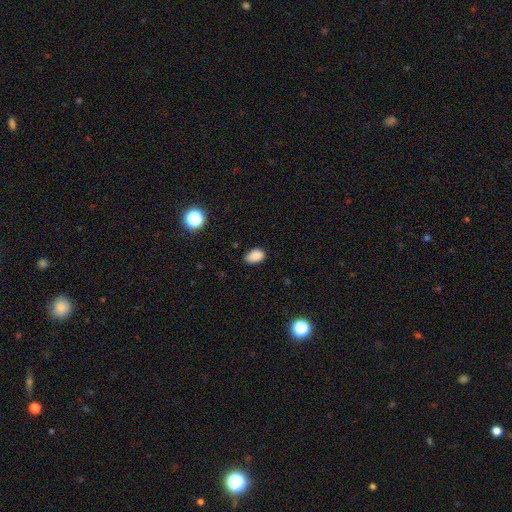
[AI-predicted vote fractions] Morphology: type=smooth (86%); roundness=in between (87%); merging=none (76%).